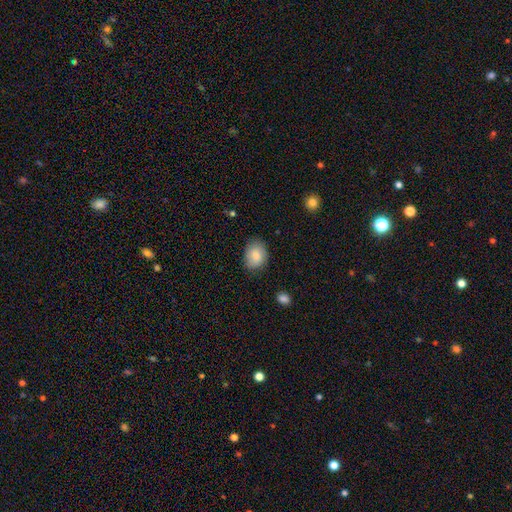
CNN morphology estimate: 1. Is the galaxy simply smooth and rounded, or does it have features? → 83% smooth, 10% featured or disk, 7% star or artifact.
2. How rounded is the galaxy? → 63% in between, 37% round, 1% cigar-shaped.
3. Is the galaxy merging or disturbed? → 78% none, 17% minor disturbance, 3% major disturbance, 1% merger.